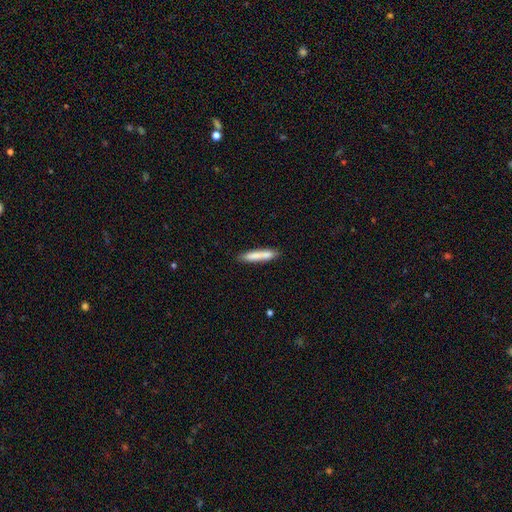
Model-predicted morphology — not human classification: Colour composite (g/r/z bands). It shows a smooth galaxy with no disk features (79%) that is cigar-shaped (88%). Merging: none (77%).